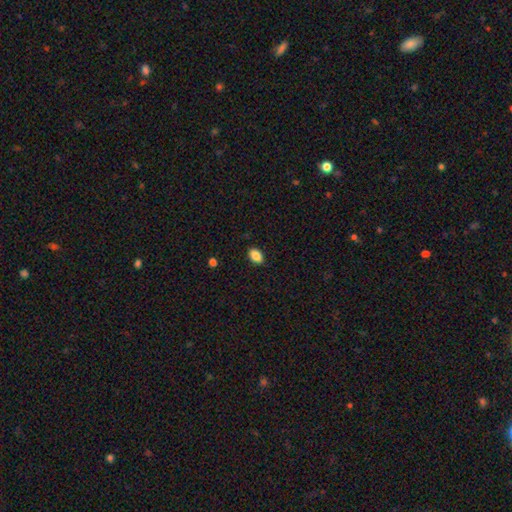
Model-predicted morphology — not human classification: smooth 88%, star or artifact 8%, featured or disk 4%. Down the decision tree: how rounded — in between (86%); merging — none (88%).